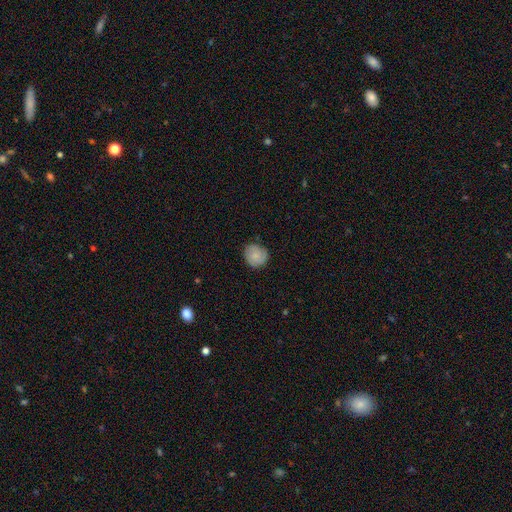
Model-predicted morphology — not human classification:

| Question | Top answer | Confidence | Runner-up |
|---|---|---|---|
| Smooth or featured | smooth | 77% | featured or disk (16%) |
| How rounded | round | 86% | in between (13%) |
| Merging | none | 78% | minor disturbance (17%) |